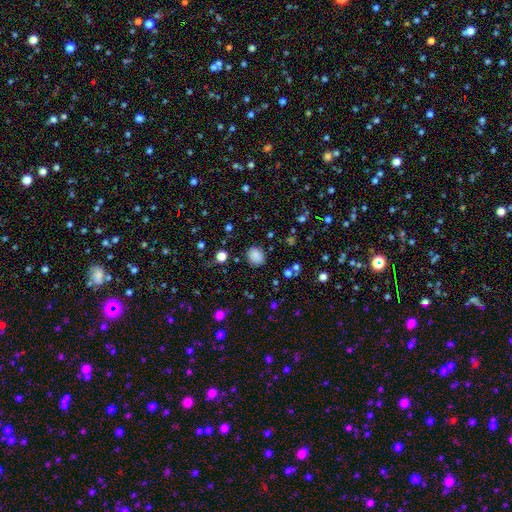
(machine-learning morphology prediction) Smooth or featured: smooth — 85% (star or artifact — 11%)
How rounded: round — 62% (in between — 37%)
Merging: none — 85% (minor disturbance — 10%)